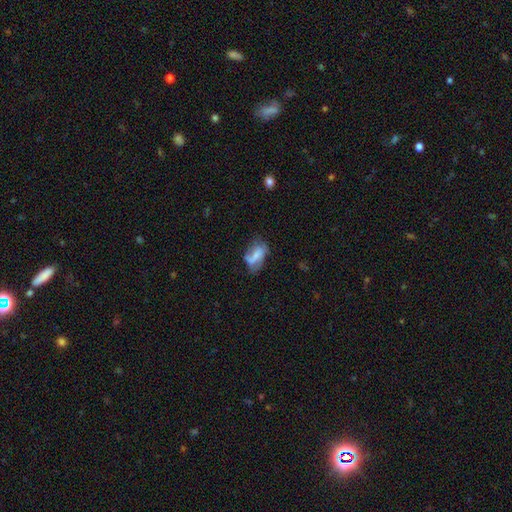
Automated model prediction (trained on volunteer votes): Smooth or featured: smooth — 53% (featured or disk — 38%)
How rounded: in between — 87% (round — 8%)
Merging: none — 40% (minor disturbance — 30%)